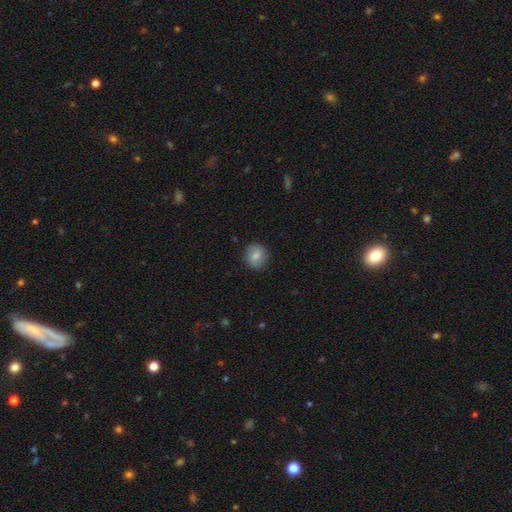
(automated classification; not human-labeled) A smooth galaxy with no disk features (72%) that is round (83%). Merging: none (86%).